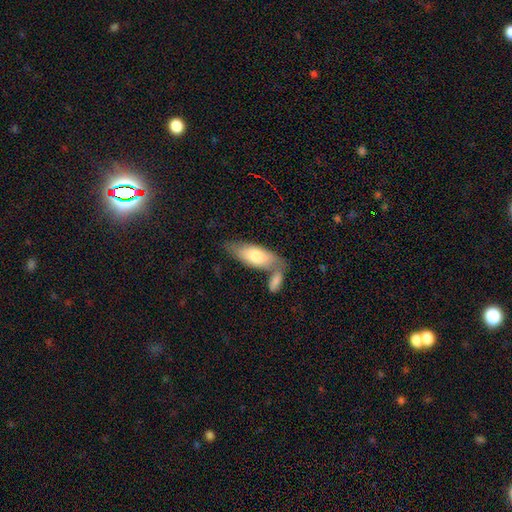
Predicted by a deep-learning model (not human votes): Smooth or featured? smooth (73%)
How rounded? in between (79%)
Merging? none (47%)